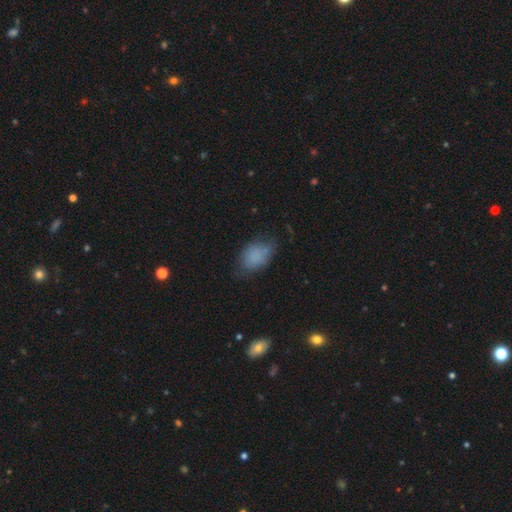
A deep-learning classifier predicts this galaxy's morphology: Smooth or featured? smooth (79%)
How rounded? in between (87%)
Merging? none (58%)